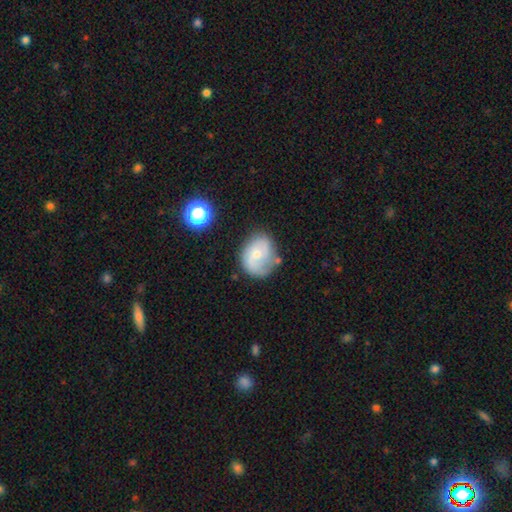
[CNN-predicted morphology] featured or disk 51%, smooth 41%, star or artifact 8%. Down the decision tree: edge-on disk — no (97%); merging — none (58%).